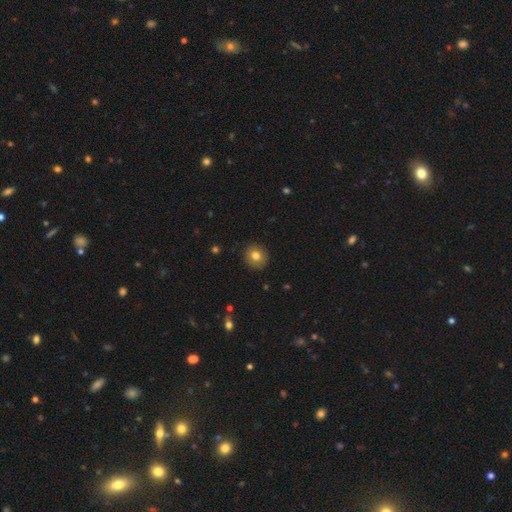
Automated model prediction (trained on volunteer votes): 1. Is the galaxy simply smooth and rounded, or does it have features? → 79% smooth, 11% featured or disk, 10% star or artifact.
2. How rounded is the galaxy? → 87% round, 12% in between, 1% cigar-shaped.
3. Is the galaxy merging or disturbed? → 90% none, 7% minor disturbance, 2% major disturbance, 1% merger.